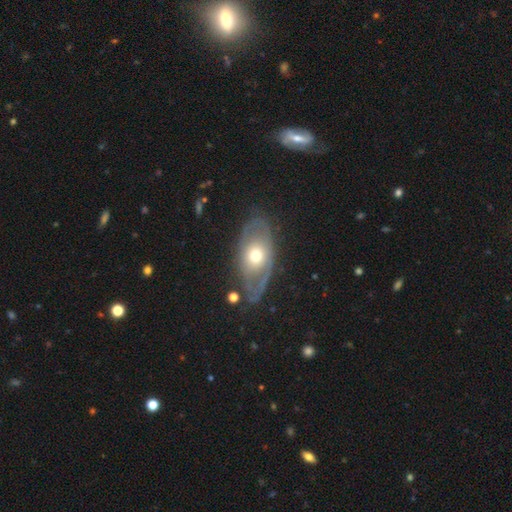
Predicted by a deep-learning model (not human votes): Morphology: type=featured or disk (60%); edge-on=no (86%); bar=no (85%); spiral arms=no (58%); bulge=moderate (65%); merging=none (66%).